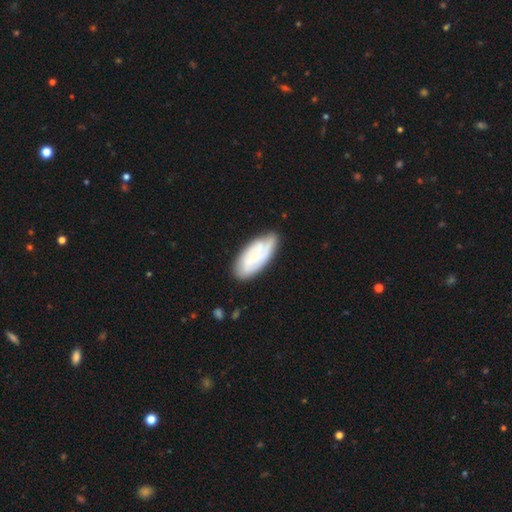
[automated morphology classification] A featured or disk galaxy (50%). Merging: none (71%).